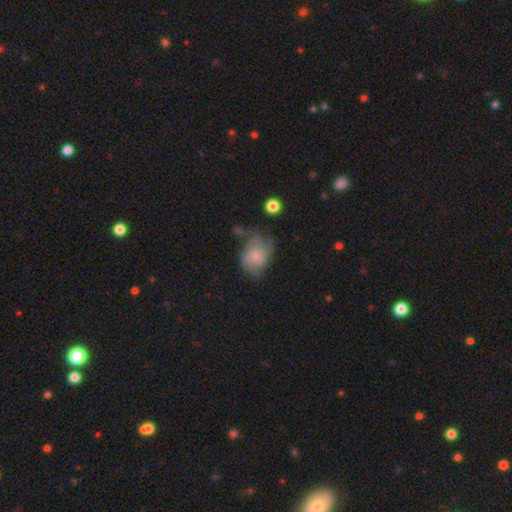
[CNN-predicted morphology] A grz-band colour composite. It shows a featured or disk galaxy (56%) with no bar (75%), spiral arms (82%) and a small central bulge (51%). Merging: none (41%).